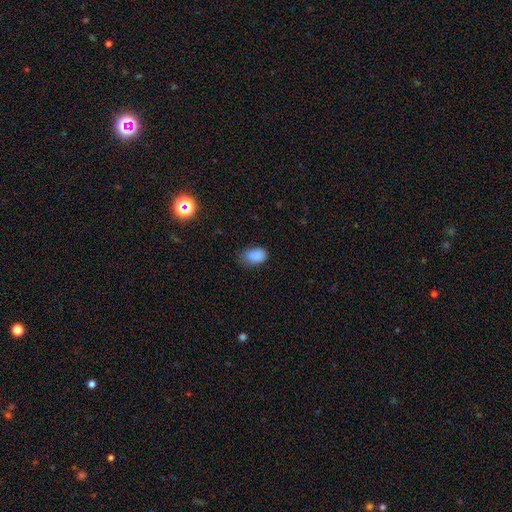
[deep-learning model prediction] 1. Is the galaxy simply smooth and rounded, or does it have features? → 86% smooth, 10% star or artifact, 4% featured or disk.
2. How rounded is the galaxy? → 84% in between, 15% round, 1% cigar-shaped.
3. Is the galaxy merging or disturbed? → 55% none, 35% minor disturbance, 9% major disturbance, 2% merger.